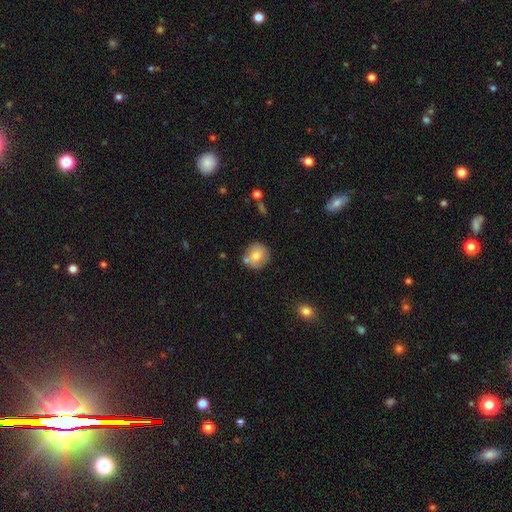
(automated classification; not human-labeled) The model was most divided on "smooth or featured": smooth: 74%, featured or disk: 17%, star or artifact: 9%. More confident: how rounded — round (90%); merging — none (70%).